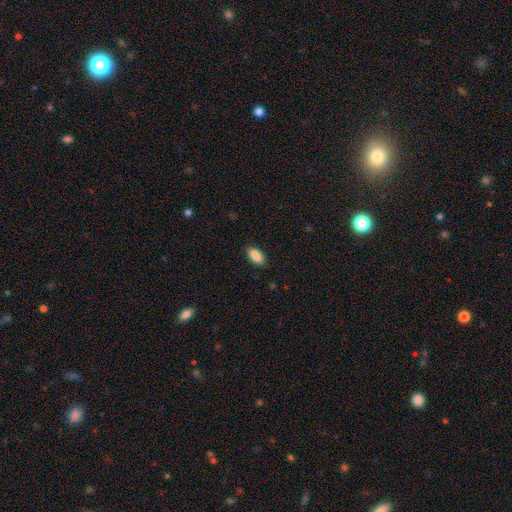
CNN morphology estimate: Overall: smooth (89%). How rounded: in between (93%). Merging: none (87%).